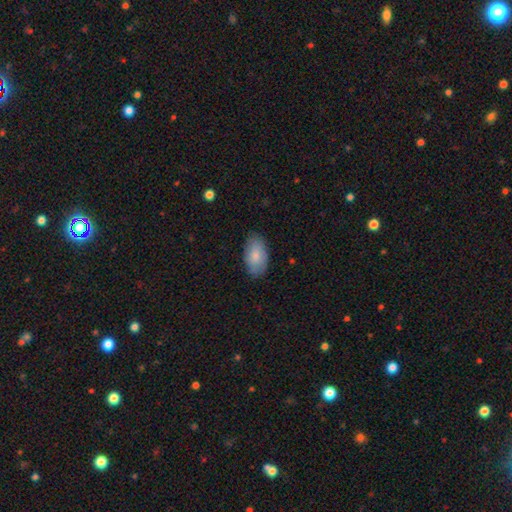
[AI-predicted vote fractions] A smooth galaxy with no disk features (79%) that is in between round and cigar-shaped (94%).

Vote fractions:
- Smooth or featured? smooth: 79% / featured or disk: 15% / star or artifact: 6%
- How rounded? in between: 94% / round: 4% / cigar-shaped: 2%
- Merging? none: 81% / minor disturbance: 16% / major disturbance: 3% / merger: 1%